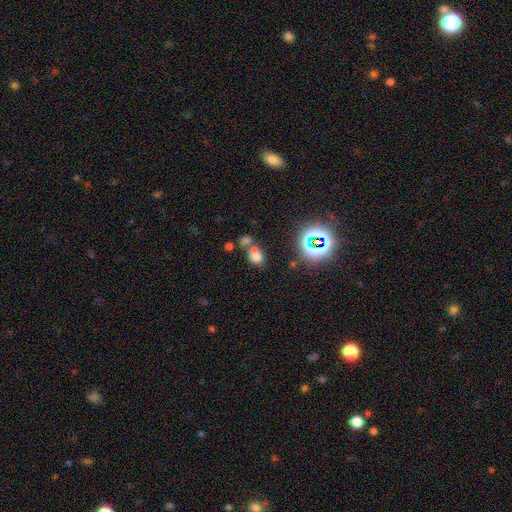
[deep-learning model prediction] Overall: smooth (65%). How rounded: round (52%; in between 46%). Merging: merger (45%; none 40%).